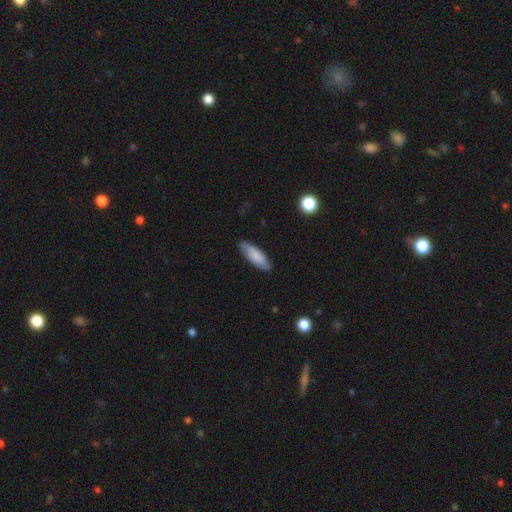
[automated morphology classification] This appears to be a smooth galaxy with no disk features (79%) that is in between round and cigar-shaped (59%). Merging: none (83%).